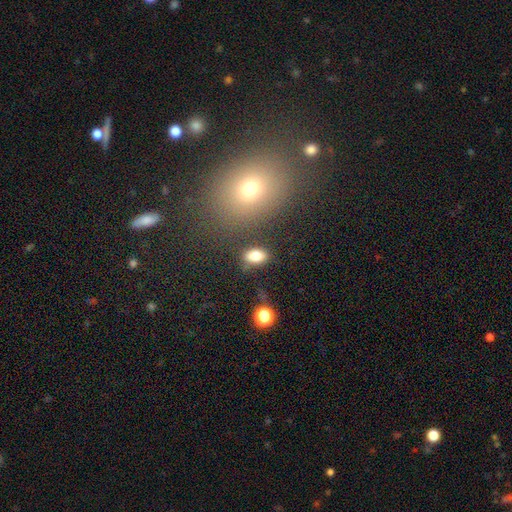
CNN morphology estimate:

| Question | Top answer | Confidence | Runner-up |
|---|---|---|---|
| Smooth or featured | smooth | 82% | star or artifact (9%) |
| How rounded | in between | 88% | round (10%) |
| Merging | none | 77% | minor disturbance (14%) |